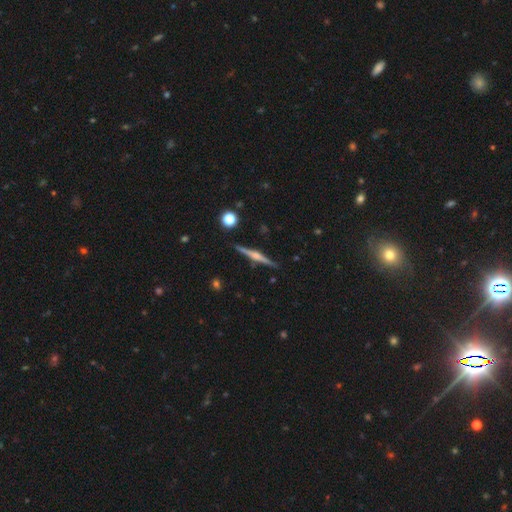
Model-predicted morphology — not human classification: Smooth or featured?
  - featured or disk: 76% *
  - smooth: 17%
  - star or artifact: 7%
Edge-on disk?
  - yes: 98% *
  - no: 2%
Edge-on bulge?
  - rounded: 80% *
  - boxy: 12%
  - none: 8%
Merging?
  - none: 91% *
  - minor disturbance: 6%
  - merger: 1%
  - major disturbance: 1%